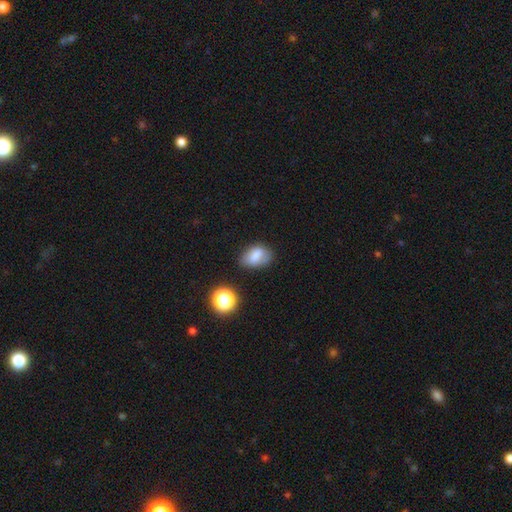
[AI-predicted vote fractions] Overall: smooth (74%). How rounded: in between (83%). Merging: none (62%; minor disturbance 26%).